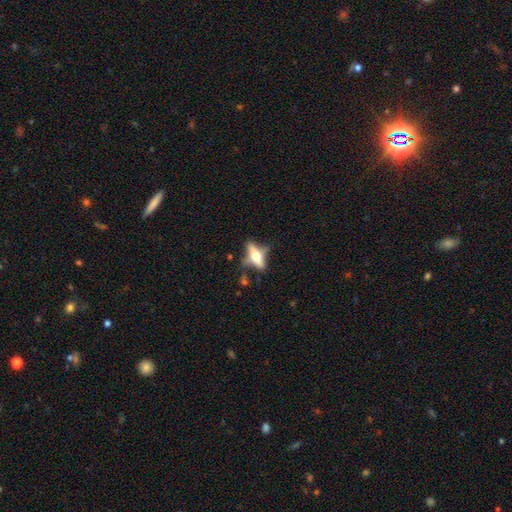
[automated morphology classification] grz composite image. It shows a featured or disk galaxy (53%) viewed edge-on (83%). Merging: none (58%).